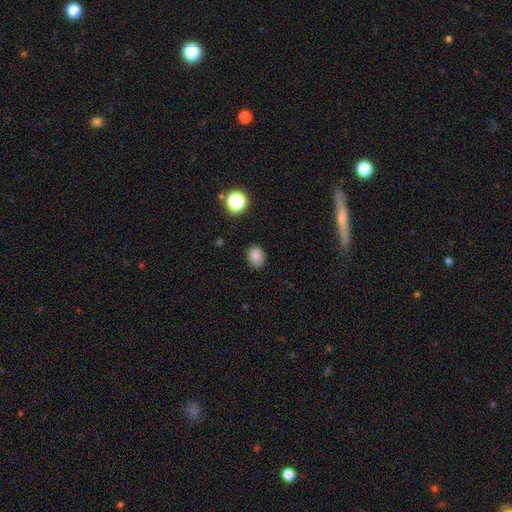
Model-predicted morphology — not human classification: smooth_or_featured: smooth (p=0.83) [alt: star or artifact p=0.12]
how_rounded: in between (p=0.50) [alt: round p=0.49]
merging: none (p=0.81) [alt: minor disturbance p=0.14]